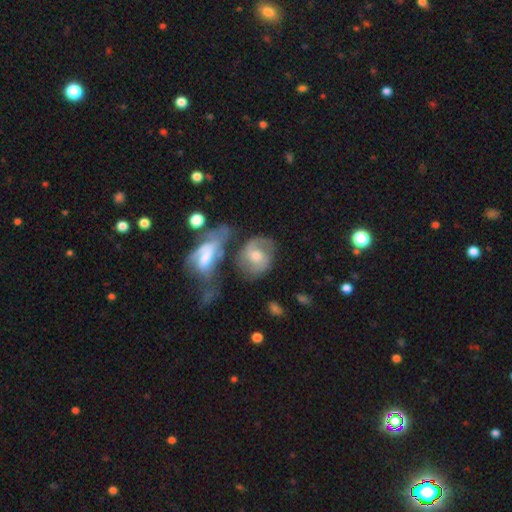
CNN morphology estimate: type=featured or disk (65%); edge-on=no (95%); bar=no (53%); spiral arms=yes (85%); winding=medium (46%); arm count=2 (70%); bulge=moderate (63%); merging=none (42%).